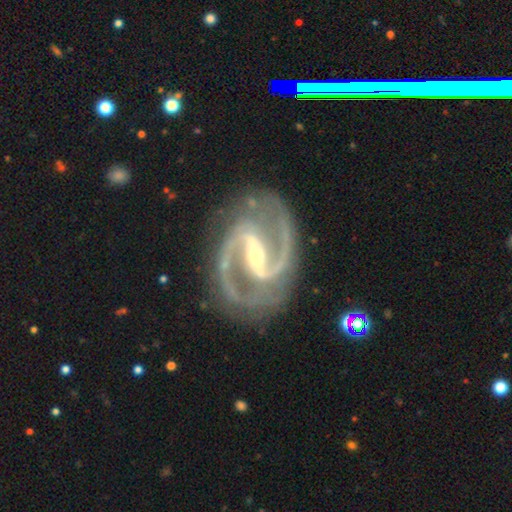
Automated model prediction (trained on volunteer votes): A featured or disk galaxy (94%) with a strong bar (68%), 2 (93%) medium (62%) spiral arms (99%) and a small central bulge (61%). Merging: none (82%).